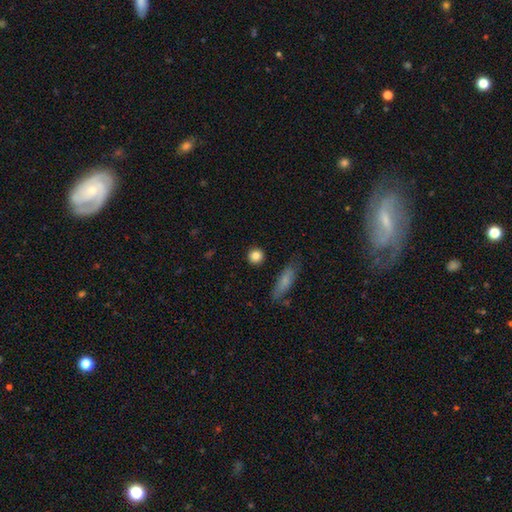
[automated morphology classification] The model was most divided on "smooth or featured": smooth: 84%, star or artifact: 9%, featured or disk: 7%. More confident: how rounded — round (91%); merging — none (89%).